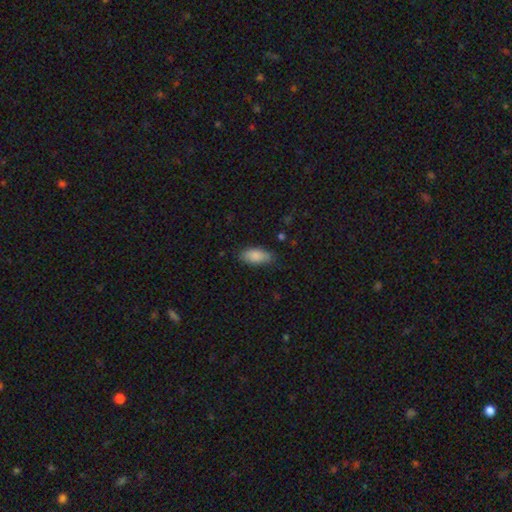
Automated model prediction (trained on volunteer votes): Smooth or featured?
  - smooth: 87% *
  - featured or disk: 7%
  - star or artifact: 7%
How rounded?
  - in between: 89% *
  - cigar-shaped: 9%
  - round: 2%
Merging?
  - none: 76% *
  - minor disturbance: 19%
  - major disturbance: 4%
  - merger: 1%